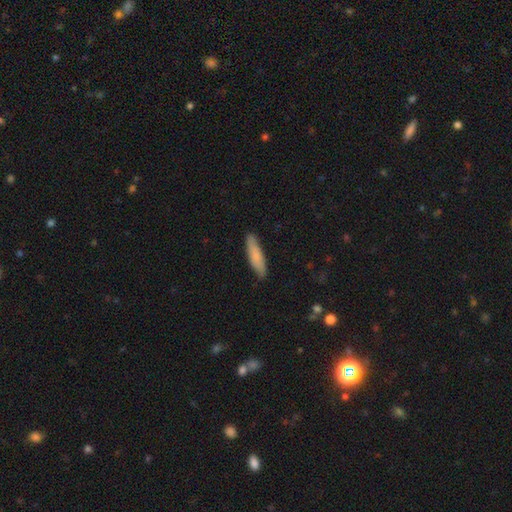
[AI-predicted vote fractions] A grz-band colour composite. It shows a smooth galaxy with no disk features (78%) that is cigar-shaped (76%). Merging: none (86%).